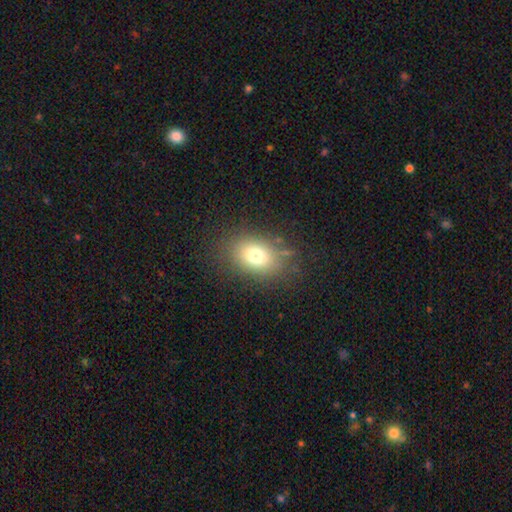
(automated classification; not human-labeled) smooth-or-featured: smooth: 74% | star or artifact: 14% | featured or disk: 12%
  how-rounded: in between: 67% | round: 31% | cigar-shaped: 1%
  merging: none: 79% | minor disturbance: 13% | major disturbance: 6% | merger: 2%